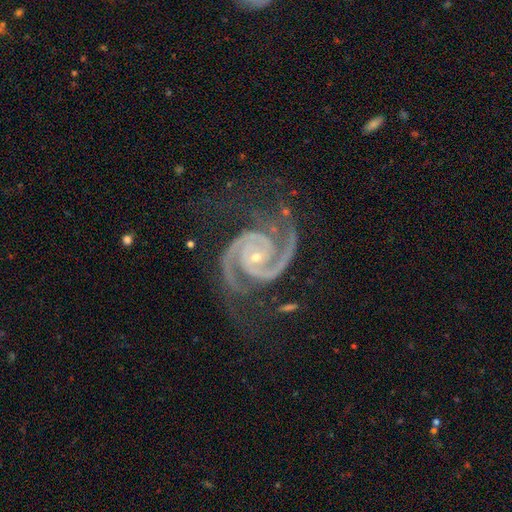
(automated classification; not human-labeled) smooth_or_featured: featured or disk (p=0.94) [alt: star or artifact p=0.04]
disk_edge_on: no (p=0.98) [alt: yes p=0.02]
bar: no (p=0.65) [alt: weak p=0.21]
has_spiral_arms: yes (p=0.99) [alt: no p=0.01]
spiral_winding: tight (p=0.54) [alt: medium p=0.41]
spiral_arm_count: 2 (p=0.89) [alt: 3 p=0.05]
bulge_size: small (p=0.72) [alt: moderate p=0.25]
merging: none (p=0.67) [alt: minor disturbance p=0.19]